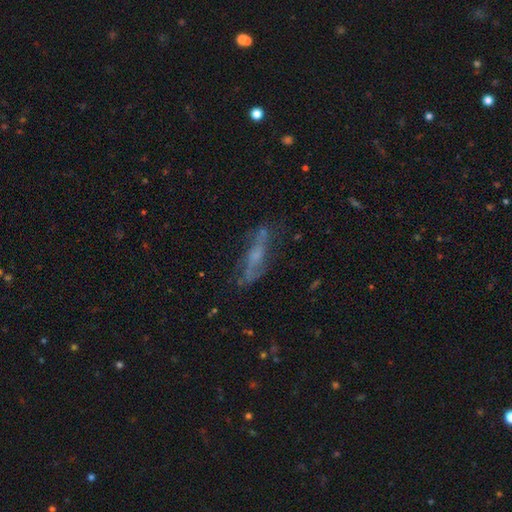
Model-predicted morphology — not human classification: Overall: featured or disk (56%; smooth 29%). Edge-on disk: no (56%; yes 44%). Merging: none (64%).